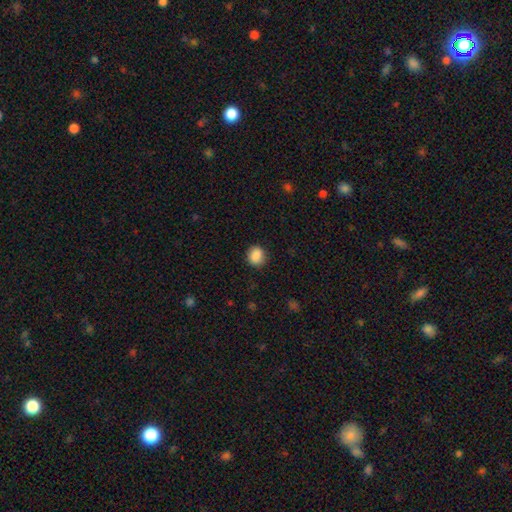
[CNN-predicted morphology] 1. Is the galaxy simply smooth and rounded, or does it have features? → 87% smooth, 9% star or artifact, 4% featured or disk.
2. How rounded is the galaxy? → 77% round, 22% in between, 1% cigar-shaped.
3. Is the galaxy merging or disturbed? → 86% none, 10% minor disturbance, 3% major disturbance, 1% merger.